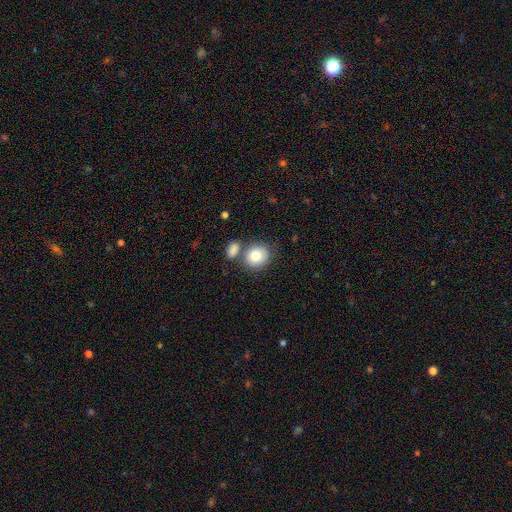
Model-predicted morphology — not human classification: This is clearly a smooth galaxy (81%). How rounded: likely round (73%). Merging: likely none (62%).